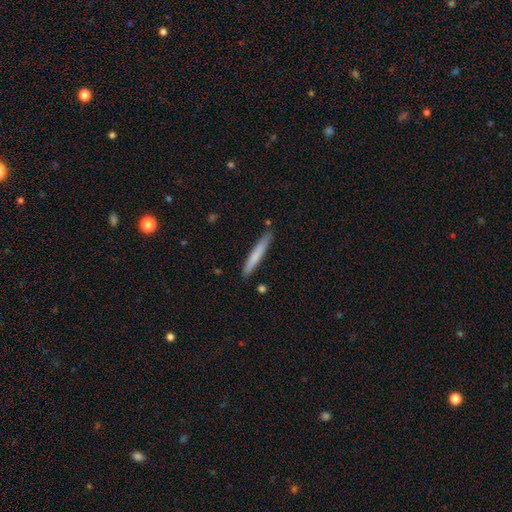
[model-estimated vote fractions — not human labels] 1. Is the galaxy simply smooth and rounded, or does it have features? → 72% smooth, 23% featured or disk, 6% star or artifact.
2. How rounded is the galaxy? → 95% cigar-shaped, 3% in between, 1% round.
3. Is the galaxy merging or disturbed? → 84% none, 12% minor disturbance, 2% merger, 2% major disturbance.